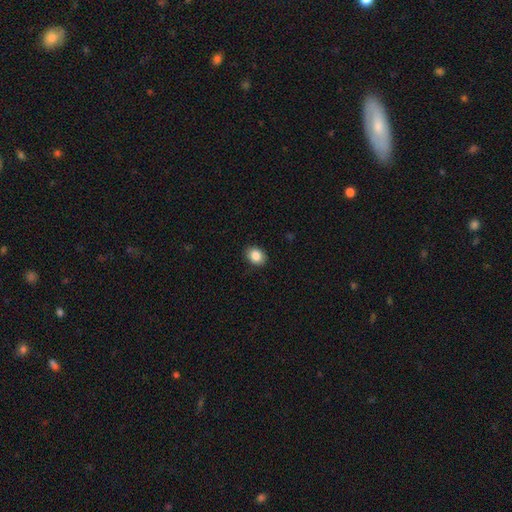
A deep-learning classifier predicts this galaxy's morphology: smooth-or-featured: smooth: 86% | star or artifact: 8% | featured or disk: 5%
  how-rounded: in between: 57% | round: 42% | cigar-shaped: 1%
  merging: none: 89% | minor disturbance: 8% | major disturbance: 2% | merger: 1%